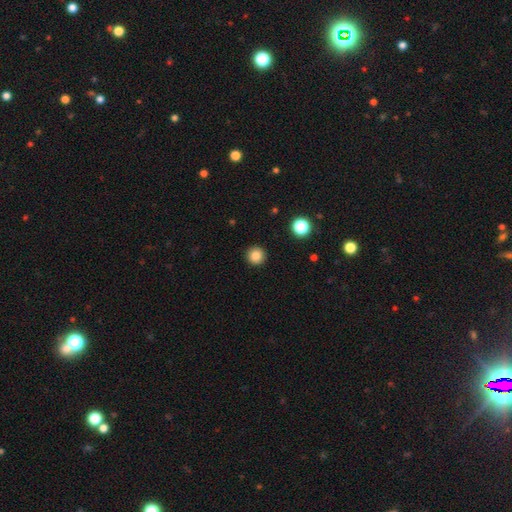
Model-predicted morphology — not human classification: This is clearly a smooth galaxy (85%). How rounded: clearly round (95%). Merging: clearly none (92%).